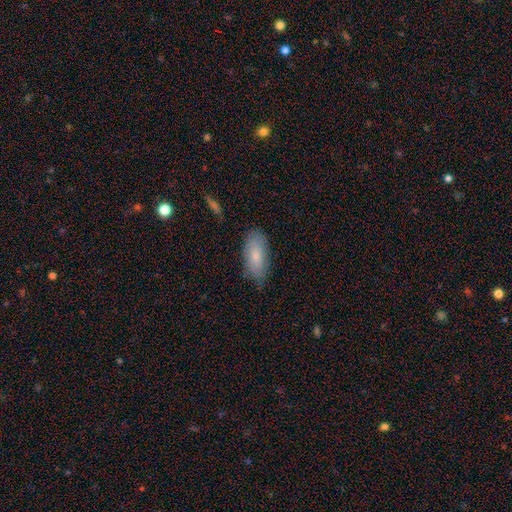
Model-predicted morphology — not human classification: smooth_or_featured: smooth (p=0.79) [alt: featured or disk p=0.14]
how_rounded: in between (p=0.85) [alt: cigar-shaped p=0.13]
merging: none (p=0.76) [alt: minor disturbance p=0.19]